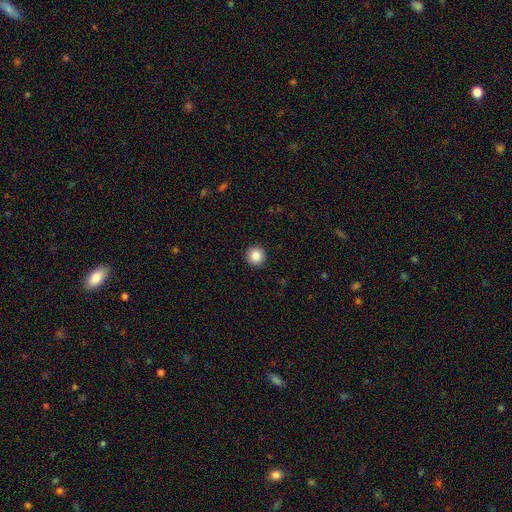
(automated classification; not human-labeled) This appears to be a smooth galaxy with no disk features (87%) that is round (96%). Merging: none (93%).